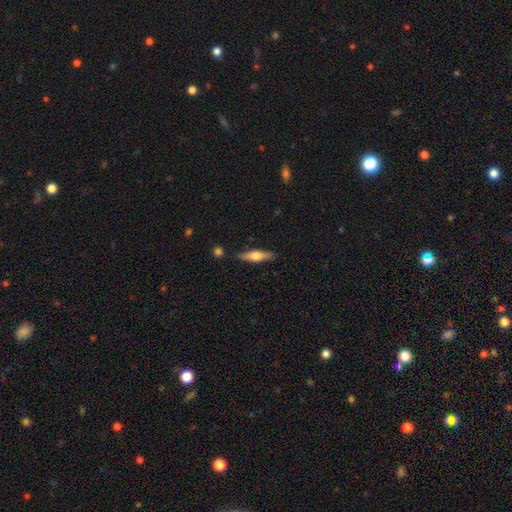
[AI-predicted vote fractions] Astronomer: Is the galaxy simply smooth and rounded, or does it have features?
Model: smooth — 52% (runner-up: featured or disk, 42%).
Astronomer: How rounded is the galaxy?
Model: cigar-shaped — 71%.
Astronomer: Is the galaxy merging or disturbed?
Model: none — 86%.